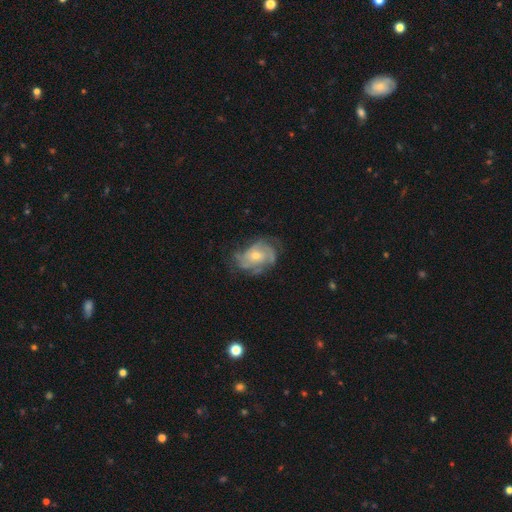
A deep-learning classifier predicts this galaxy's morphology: Smooth or featured? featured or disk (80%)
Edge-on disk? no (97%)
Bar? no (70%)
Spiral arms? yes (92%)
Spiral winding? tight (50%)
Spiral arm count? can't tell (29%)
Bulge size? moderate (53%)
Merging? none (65%)